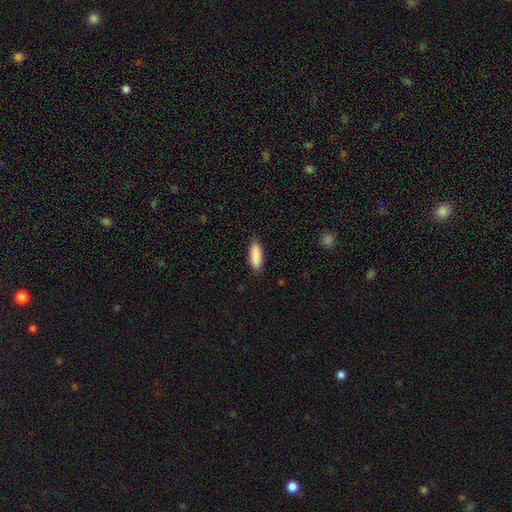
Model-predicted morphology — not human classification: type=smooth (90%); roundness=in between (65%); merging=none (85%).